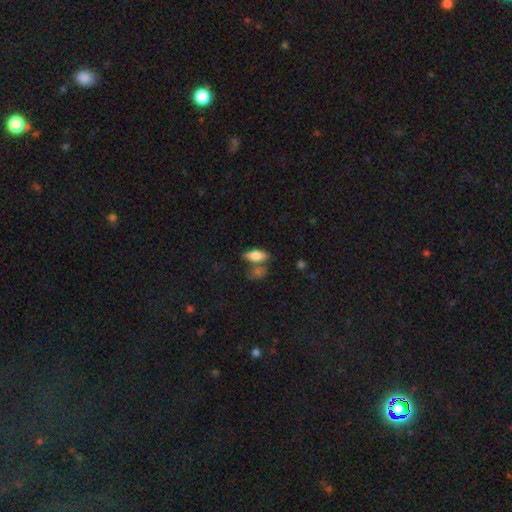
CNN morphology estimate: Smooth or featured?
  - smooth: 78% *
  - featured or disk: 15%
  - star or artifact: 8%
How rounded?
  - in between: 81% *
  - cigar-shaped: 16%
  - round: 4%
Merging?
  - none: 57% *
  - merger: 22%
  - minor disturbance: 16%
  - major disturbance: 6%